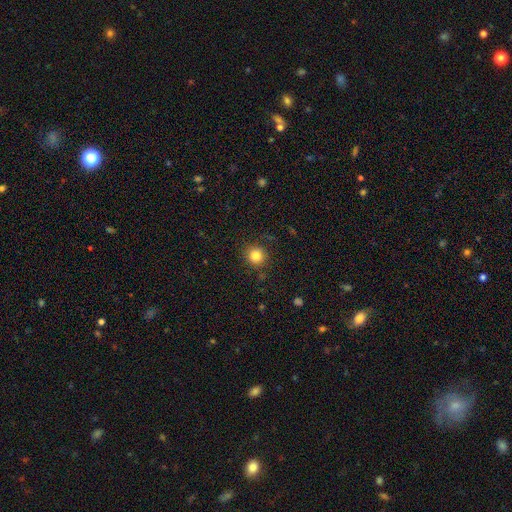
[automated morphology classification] Smooth or featured: smooth — 82% (star or artifact — 12%)
How rounded: round — 92% (in between — 7%)
Merging: none — 88% (minor disturbance — 8%)